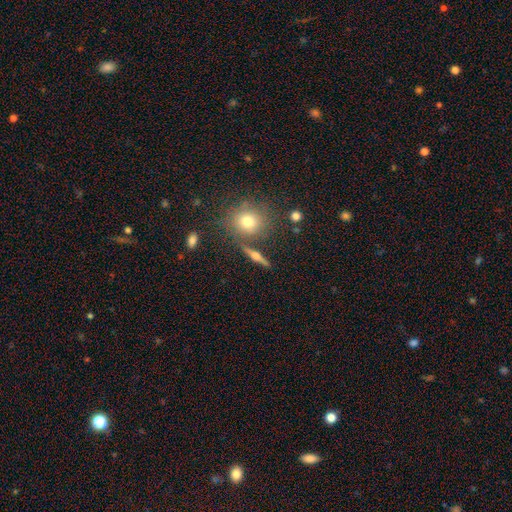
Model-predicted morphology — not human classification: Q: Smooth or featured?
A: featured or disk (60%); runner-up: smooth (29%)
Q: Edge-on disk?
A: yes (92%); runner-up: no (8%)
Q: Edge-on bulge?
A: rounded (93%); runner-up: boxy (4%)
Q: Merging?
A: none (80%); runner-up: minor disturbance (9%)